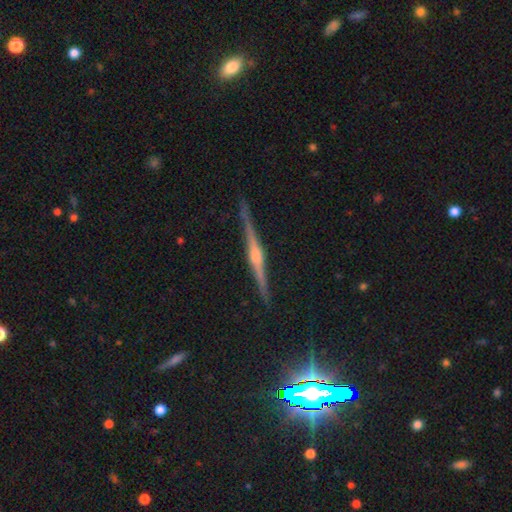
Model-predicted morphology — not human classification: This is clearly a featured or disk galaxy (85%). It is clearly viewed edge-on (98%). Edge-on bulge: likely rounded (78%). Merging: clearly none (90%).